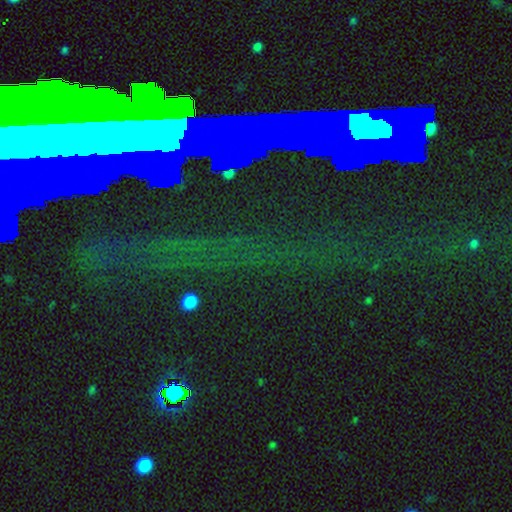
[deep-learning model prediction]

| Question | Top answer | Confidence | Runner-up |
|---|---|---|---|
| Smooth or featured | star or artifact | 70% | featured or disk (18%) |